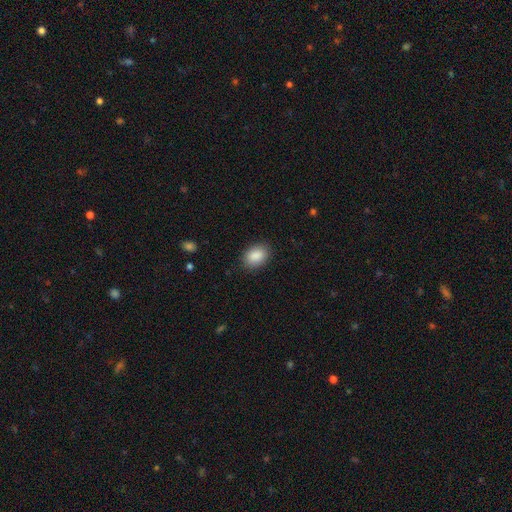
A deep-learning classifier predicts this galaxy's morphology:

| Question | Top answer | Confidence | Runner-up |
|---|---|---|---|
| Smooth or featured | smooth | 89% | star or artifact (7%) |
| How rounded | in between | 80% | round (19%) |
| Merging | none | 86% | minor disturbance (10%) |